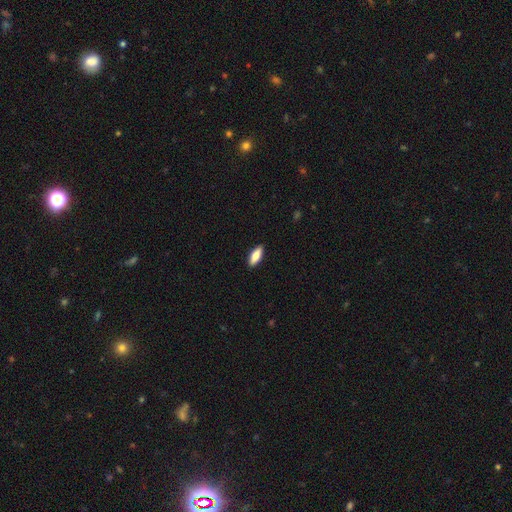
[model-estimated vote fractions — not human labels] This appears to be a smooth galaxy with no disk features (81%) that is in between round and cigar-shaped (73%). Merging: none (90%).